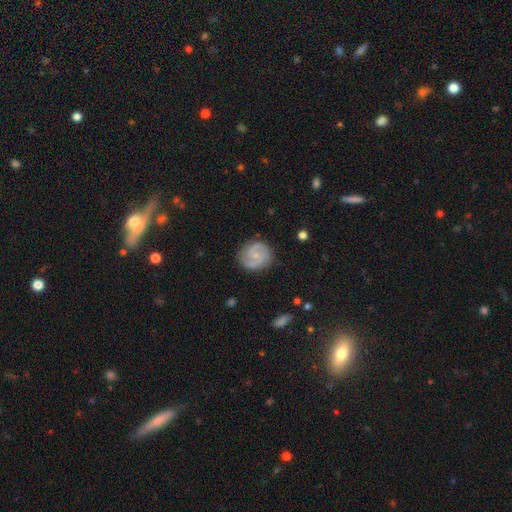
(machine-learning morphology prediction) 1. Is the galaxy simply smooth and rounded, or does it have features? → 73% featured or disk, 21% smooth, 6% star or artifact.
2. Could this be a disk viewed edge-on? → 98% no, 2% yes.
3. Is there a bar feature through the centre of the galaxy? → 49% no, 44% weak, 8% strong.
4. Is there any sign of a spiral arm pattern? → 92% yes, 8% no.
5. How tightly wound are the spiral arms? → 49% medium, 34% tight, 17% loose.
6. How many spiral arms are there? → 83% 2, 8% can't tell, 3% 3, 3% 1, 1% 4, 1% more than 4.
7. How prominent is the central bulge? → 71% small, 20% moderate, 7% none, 1% large, 1% dominant.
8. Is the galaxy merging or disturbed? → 82% none, 13% minor disturbance, 4% major disturbance, 1% merger.